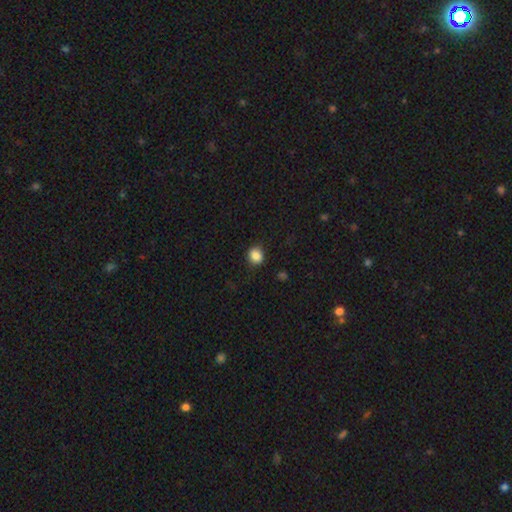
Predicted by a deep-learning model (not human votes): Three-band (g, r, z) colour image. It shows a smooth galaxy with no disk features (86%) that is round (73%). Merging: none (85%).